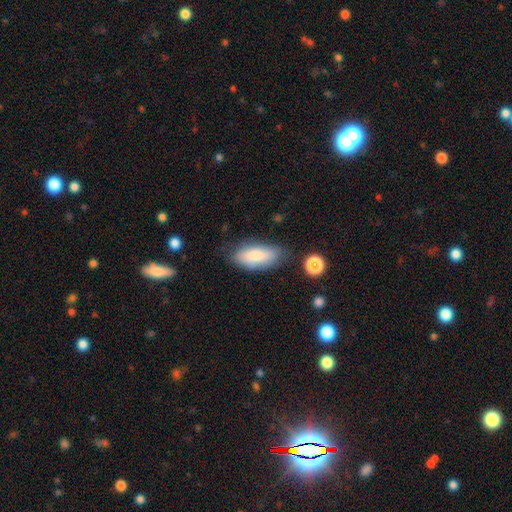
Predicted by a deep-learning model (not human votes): Smooth or featured: smooth — 82% (featured or disk — 12%)
How rounded: in between — 84% (cigar-shaped — 14%)
Merging: none — 69% (minor disturbance — 21%)